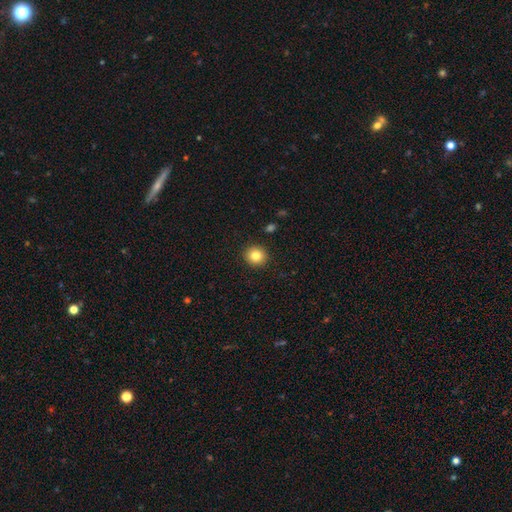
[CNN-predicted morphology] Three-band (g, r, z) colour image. It shows a smooth galaxy with no disk features (82%) that is round (91%). Merging: none (92%).